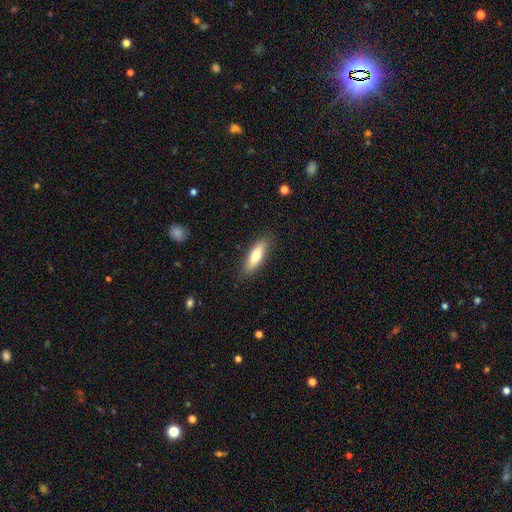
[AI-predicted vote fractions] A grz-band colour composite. It shows a smooth galaxy with no disk features (68%) that is cigar-shaped (50%). Merging: none (88%).